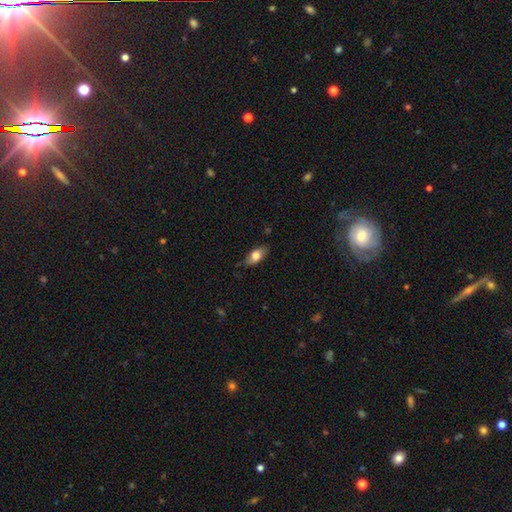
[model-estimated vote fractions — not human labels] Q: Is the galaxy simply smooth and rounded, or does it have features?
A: smooth — 72%.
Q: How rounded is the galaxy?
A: in between — 85%.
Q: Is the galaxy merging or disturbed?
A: none — 74%.